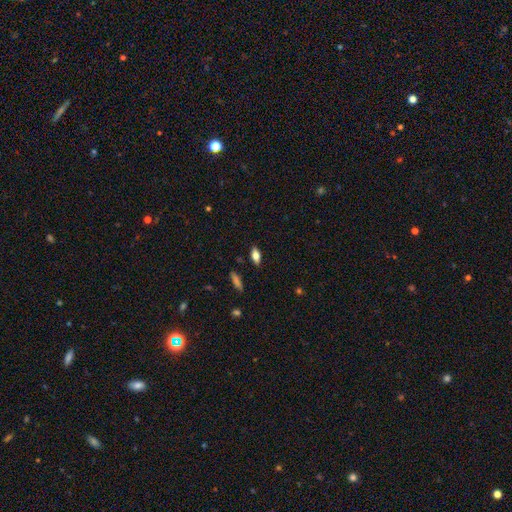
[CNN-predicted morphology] This appears to be a smooth galaxy with no disk features (69%) that is in between round and cigar-shaped (79%). Merging: none (86%).